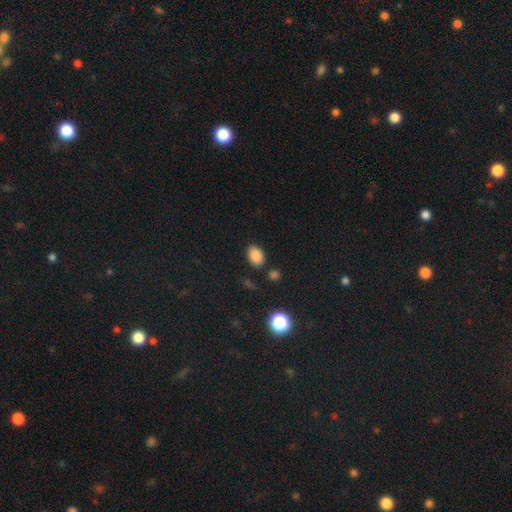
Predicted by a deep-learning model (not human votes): Morphology: type=smooth (85%); roundness=in between (85%); merging=none (83%).